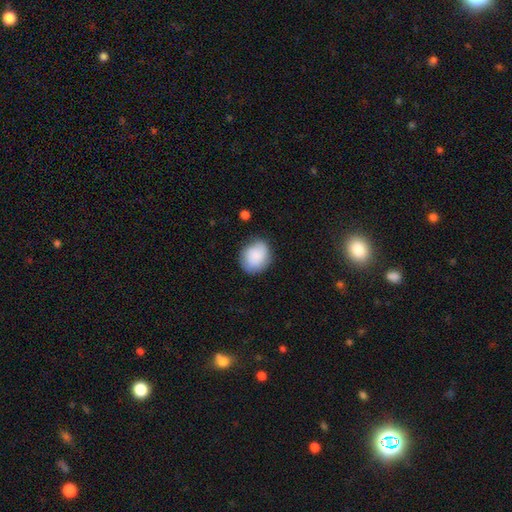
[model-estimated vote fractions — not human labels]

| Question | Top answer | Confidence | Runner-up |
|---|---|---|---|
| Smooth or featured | smooth | 74% | featured or disk (19%) |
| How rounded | round | 67% | in between (33%) |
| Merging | none | 72% | minor disturbance (20%) |